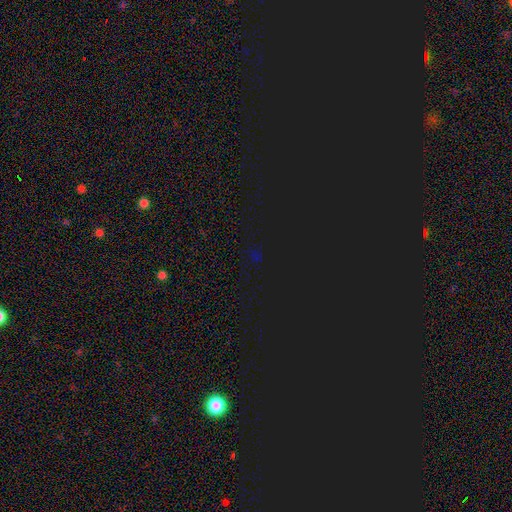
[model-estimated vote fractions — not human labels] Smooth or featured? star or artifact (80%)